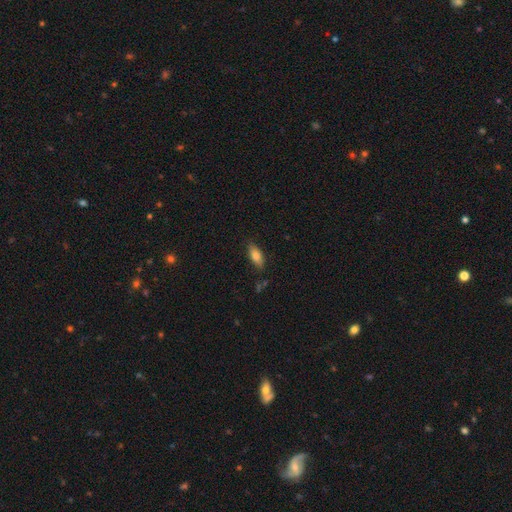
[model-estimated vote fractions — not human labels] Smooth or featured?
  - smooth: 80% *
  - featured or disk: 13%
  - star or artifact: 7%
How rounded?
  - in between: 79% *
  - cigar-shaped: 19%
  - round: 2%
Merging?
  - none: 82% *
  - minor disturbance: 13%
  - major disturbance: 3%
  - merger: 2%